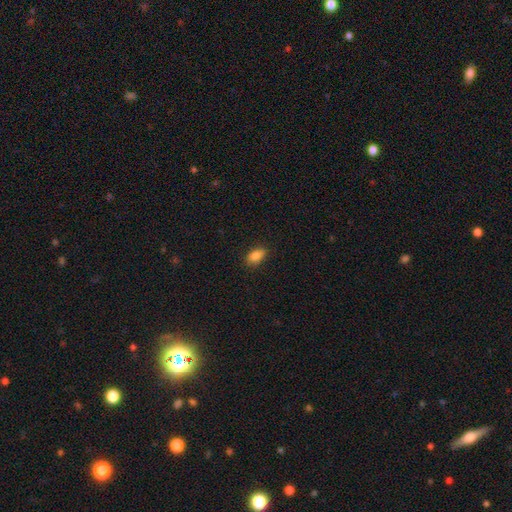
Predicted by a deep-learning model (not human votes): This appears to be a smooth galaxy with no disk features (85%) that is in between round and cigar-shaped (88%). Merging: none (85%).